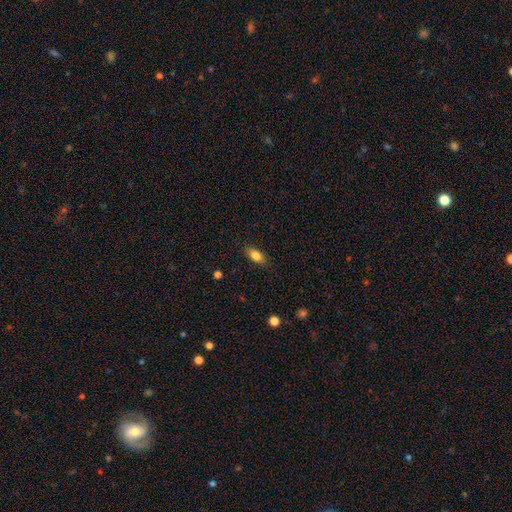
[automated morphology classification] A smooth galaxy with no disk features (83%) that is in between round and cigar-shaped (86%).

Vote fractions:
- Smooth or featured? smooth: 83% / featured or disk: 9% / star or artifact: 8%
- How rounded? in between: 86% / cigar-shaped: 8% / round: 6%
- Merging? none: 85% / minor disturbance: 11% / major disturbance: 3% / merger: 1%